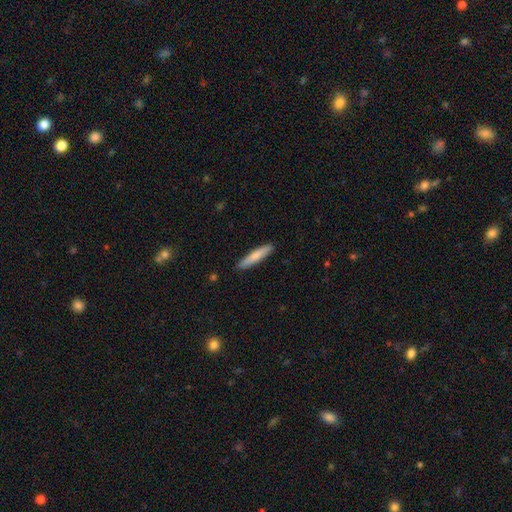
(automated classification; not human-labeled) This is likely a smooth galaxy (76%). How rounded: clearly cigar-shaped (90%). Merging: clearly none (90%).